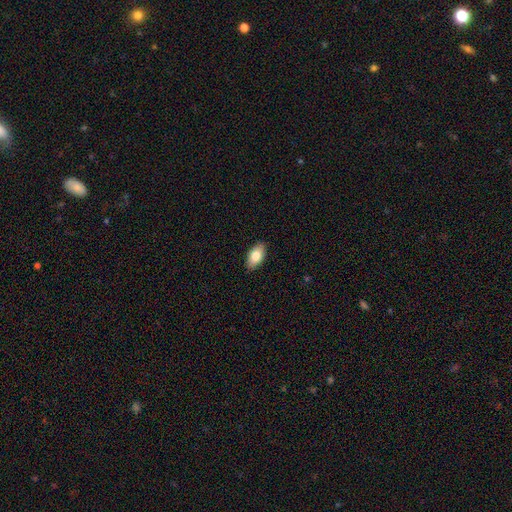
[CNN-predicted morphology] A smooth galaxy with no disk features (81%) that is in between round and cigar-shaped (93%).

Vote fractions:
- Smooth or featured? smooth: 81% / featured or disk: 13% / star or artifact: 7%
- How rounded? in between: 93% / round: 4% / cigar-shaped: 3%
- Merging? none: 89% / minor disturbance: 9% / major disturbance: 2% / merger: 1%